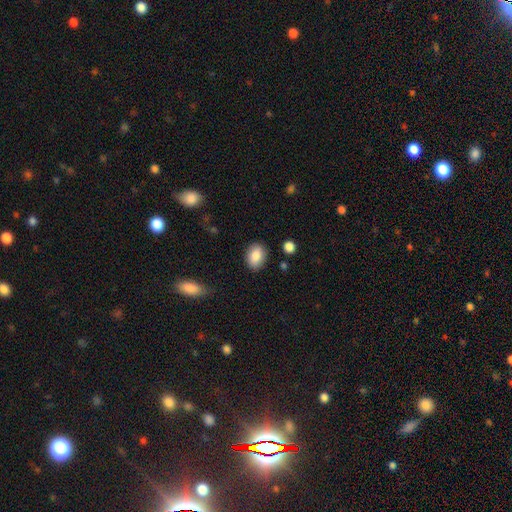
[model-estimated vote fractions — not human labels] smooth 85%, star or artifact 8%, featured or disk 7%. Down the decision tree: how rounded — in between (75%); merging — none (85%).